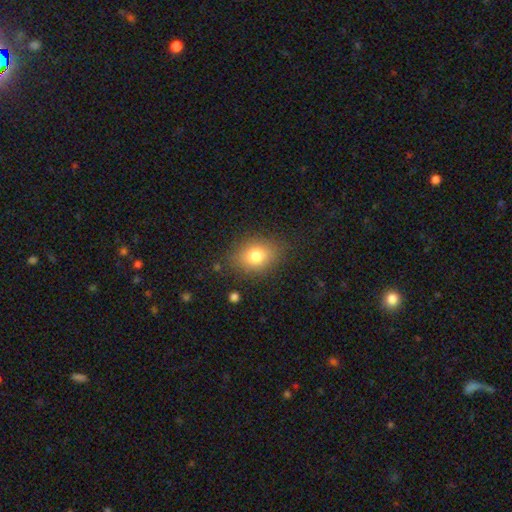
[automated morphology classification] Smooth or featured? smooth (78%)
How rounded? in between (56%)
Merging? none (82%)